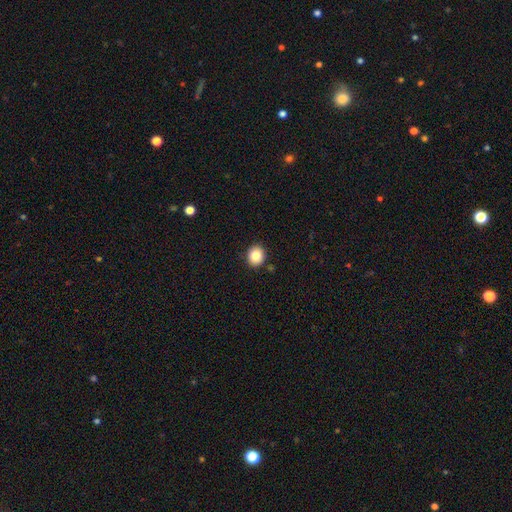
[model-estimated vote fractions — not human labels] smooth 85%, star or artifact 9%, featured or disk 6%. Down the decision tree: how rounded — round (73%); merging — none (88%).